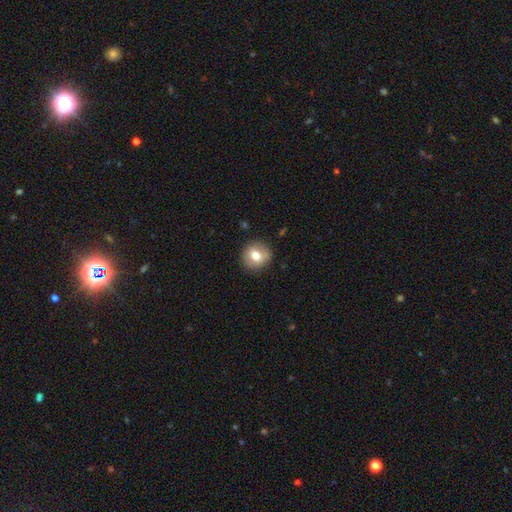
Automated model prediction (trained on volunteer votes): smooth-or-featured: smooth: 72% | featured or disk: 20% | star or artifact: 9%
  how-rounded: round: 88% | in between: 11% | cigar-shaped: 1%
  merging: none: 87% | minor disturbance: 9% | major disturbance: 2% | merger: 1%